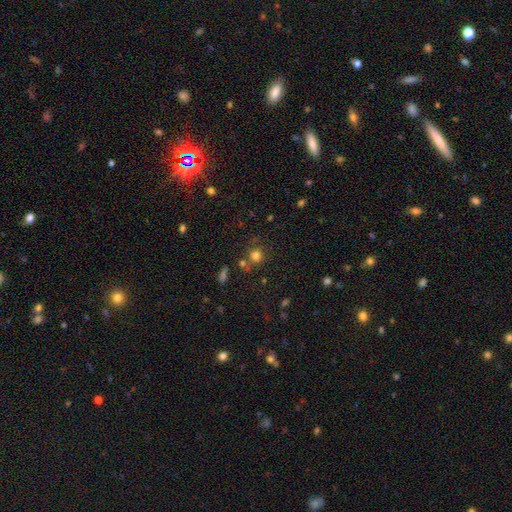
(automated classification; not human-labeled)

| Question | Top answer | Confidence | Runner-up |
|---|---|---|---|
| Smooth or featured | smooth | 77% | star or artifact (16%) |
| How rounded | round | 88% | in between (11%) |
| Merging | none | 68% | merger (15%) |